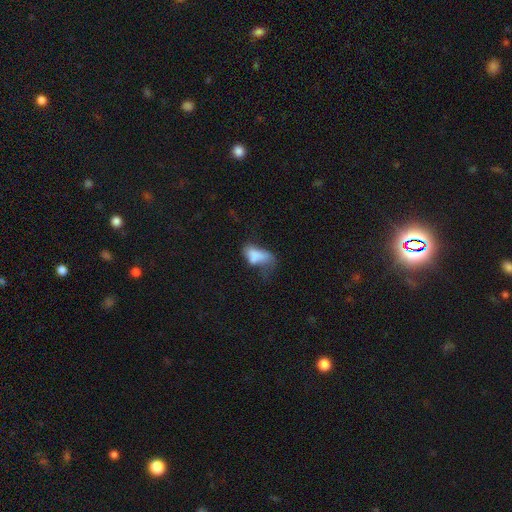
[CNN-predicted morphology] Smooth or featured?
  - smooth: 66% *
  - featured or disk: 23%
  - star or artifact: 11%
How rounded?
  - in between: 88% *
  - cigar-shaped: 6%
  - round: 6%
Merging?
  - major disturbance: 44% *
  - minor disturbance: 21%
  - merger: 19%
  - none: 16%